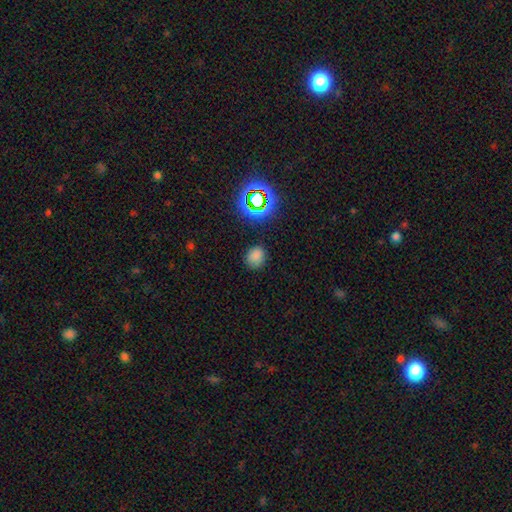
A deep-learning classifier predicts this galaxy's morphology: smooth-or-featured: smooth: 73% | star or artifact: 21% | featured or disk: 6%
  how-rounded: round: 66% | in between: 33% | cigar-shaped: 1%
  merging: none: 82% | minor disturbance: 13% | major disturbance: 4% | merger: 2%